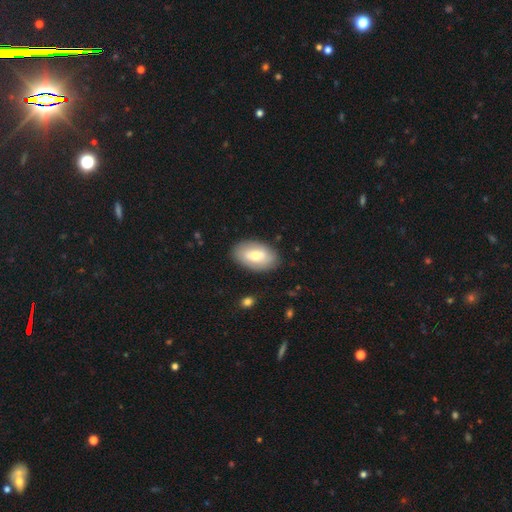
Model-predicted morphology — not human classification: This is likely a smooth galaxy (60%). How rounded: clearly in between (91%). Merging: clearly none (84%).